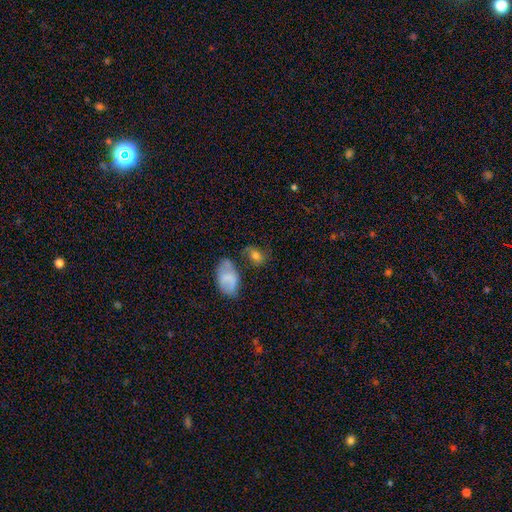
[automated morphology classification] Q: Smooth or featured?
A: smooth (70%); runner-up: featured or disk (18%)
Q: How rounded?
A: in between (76%); runner-up: round (21%)
Q: Merging?
A: none (51%); runner-up: minor disturbance (24%)